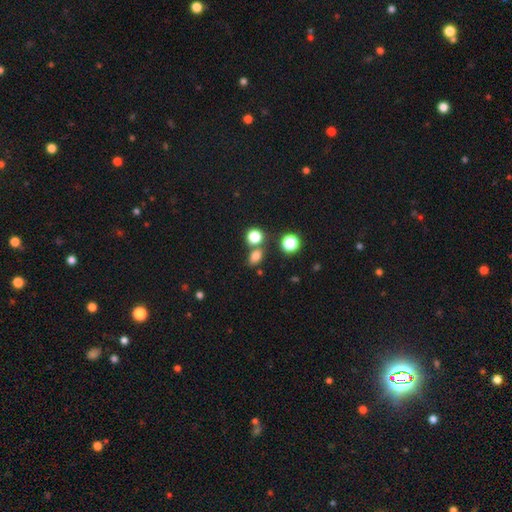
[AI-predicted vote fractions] This appears to be a smooth galaxy with no disk features (76%) that is in between round and cigar-shaped (64%). Merging: none (66%).